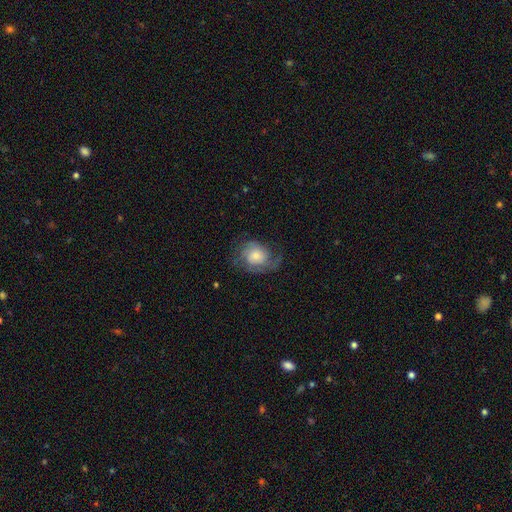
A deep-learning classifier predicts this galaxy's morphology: smooth_or_featured: featured or disk (p=0.63) [alt: smooth p=0.29]
disk_edge_on: no (p=0.97) [alt: yes p=0.03]
bar: no (p=0.75) [alt: weak p=0.22]
has_spiral_arms: yes (p=0.90) [alt: no p=0.10]
spiral_winding: medium (p=0.43) [alt: tight p=0.34]
spiral_arm_count: 2 (p=0.61) [alt: can't tell p=0.17]
bulge_size: moderate (p=0.38) [alt: small p=0.34]
merging: none (p=0.61) [alt: minor disturbance p=0.21]